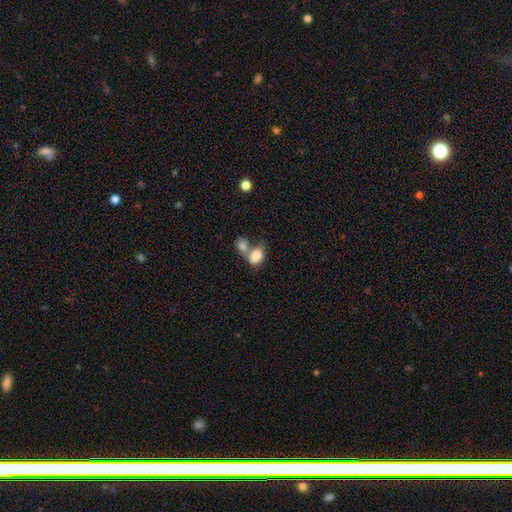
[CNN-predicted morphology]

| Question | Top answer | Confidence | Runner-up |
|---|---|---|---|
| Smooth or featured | smooth | 83% | featured or disk (9%) |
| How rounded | in between | 76% | round (23%) |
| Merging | merger | 59% | none (27%) |